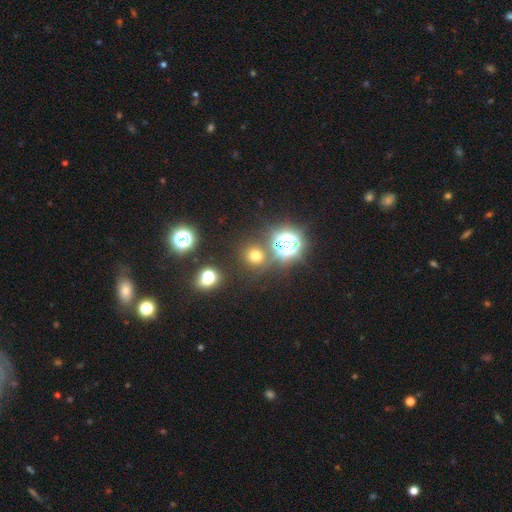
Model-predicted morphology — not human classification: Q: Smooth or featured?
A: smooth (59%); runner-up: star or artifact (34%)
Q: How rounded?
A: round (91%); runner-up: in between (8%)
Q: Merging?
A: none (81%); runner-up: merger (8%)